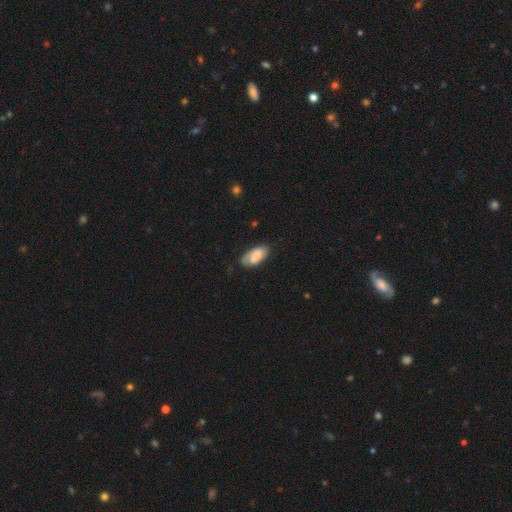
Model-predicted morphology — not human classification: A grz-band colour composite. It shows a smooth galaxy with no disk features (72%) that is in between round and cigar-shaped (92%). Merging: none (66%).